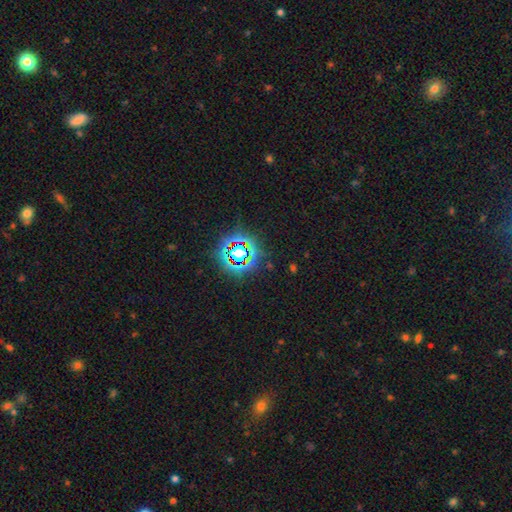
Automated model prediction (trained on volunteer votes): Smooth or featured? Predicted: star or artifact (p=0.77).